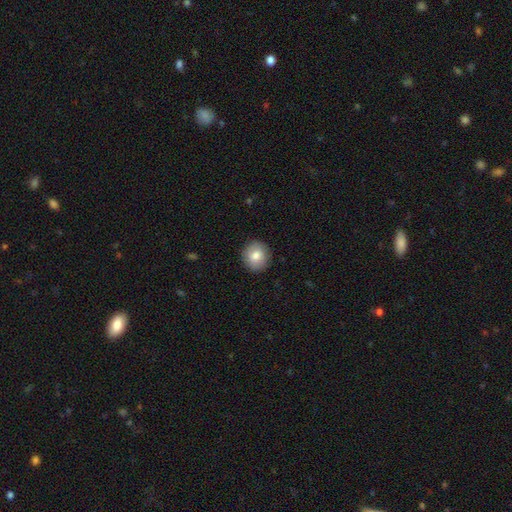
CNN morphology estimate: The model was most divided on "smooth or featured": smooth: 81%, featured or disk: 11%, star or artifact: 8%. More confident: merging — none (90%); how rounded — round (87%).